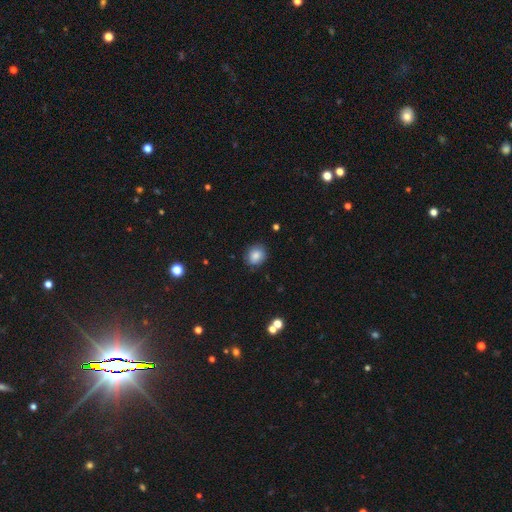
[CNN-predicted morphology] A smooth galaxy with no disk features (84%) that is round (72%).

Vote fractions:
- Smooth or featured? smooth: 84% / star or artifact: 10% / featured or disk: 7%
- How rounded? round: 72% / in between: 27% / cigar-shaped: 1%
- Merging? none: 83% / minor disturbance: 13% / major disturbance: 3% / merger: 1%